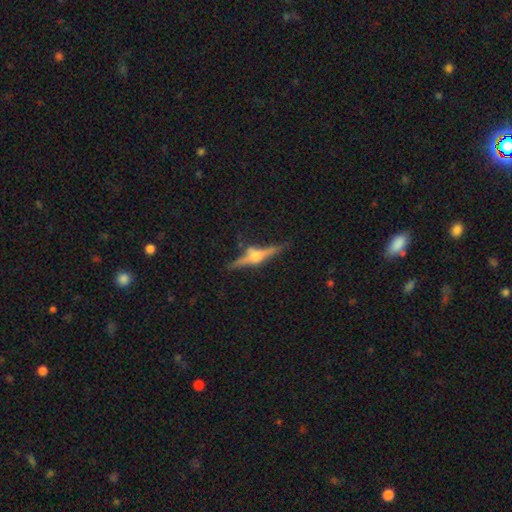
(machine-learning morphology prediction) smooth_or_featured: featured or disk (p=0.74) [alt: smooth p=0.18]
disk_edge_on: yes (p=0.96) [alt: no p=0.04]
edge_on_bulge: rounded (p=0.90) [alt: boxy p=0.07]
merging: none (p=0.77) [alt: minor disturbance p=0.14]